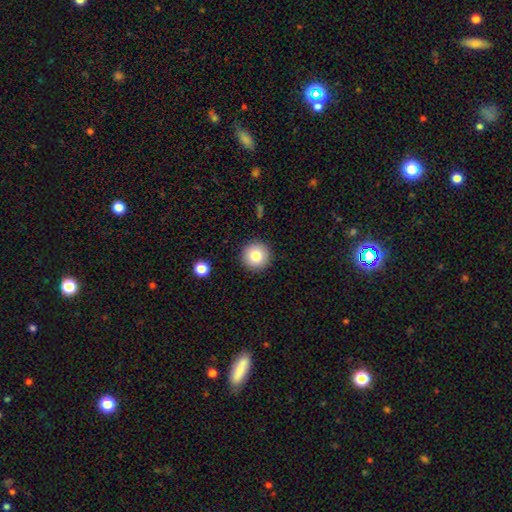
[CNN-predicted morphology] A smooth galaxy with no disk features (80%) that is round (96%).

Vote fractions:
- Smooth or featured? smooth: 80% / star or artifact: 10% / featured or disk: 10%
- How rounded? round: 96% / in between: 3% / cigar-shaped: 1%
- Merging? none: 91% / minor disturbance: 5% / major disturbance: 2% / merger: 1%